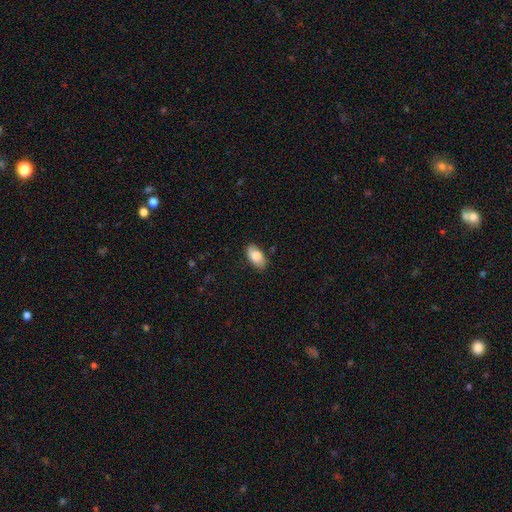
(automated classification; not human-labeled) Smooth or featured? smooth (77%)
How rounded? in between (93%)
Merging? none (81%)